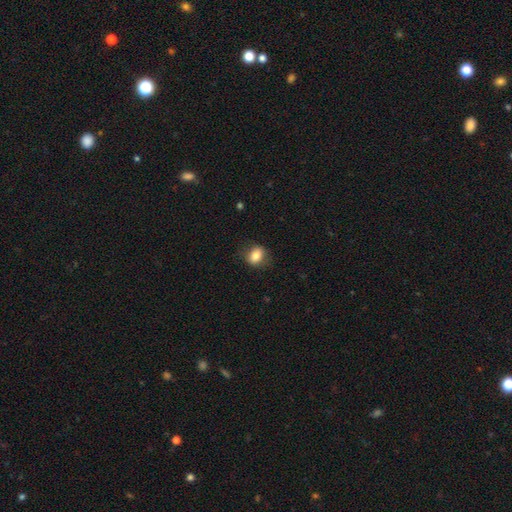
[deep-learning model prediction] Q: Smooth or featured?
A: smooth (81%); runner-up: featured or disk (11%)
Q: How rounded?
A: in between (58%); runner-up: round (40%)
Q: Merging?
A: none (80%); runner-up: minor disturbance (15%)